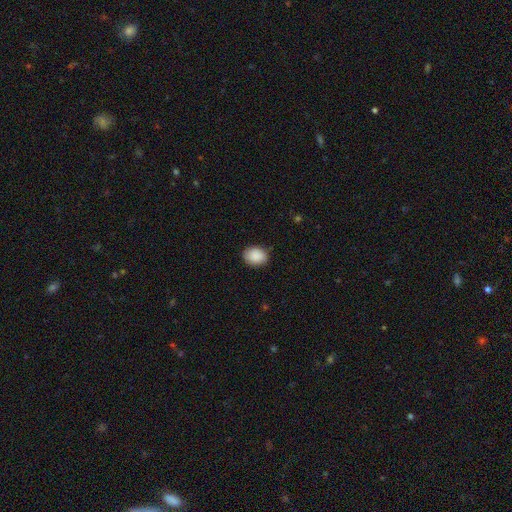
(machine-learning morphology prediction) The model was most divided on "how rounded": in between: 55%, round: 44%, cigar-shaped: 1%. More confident: smooth or featured — smooth (90%); merging — none (85%).